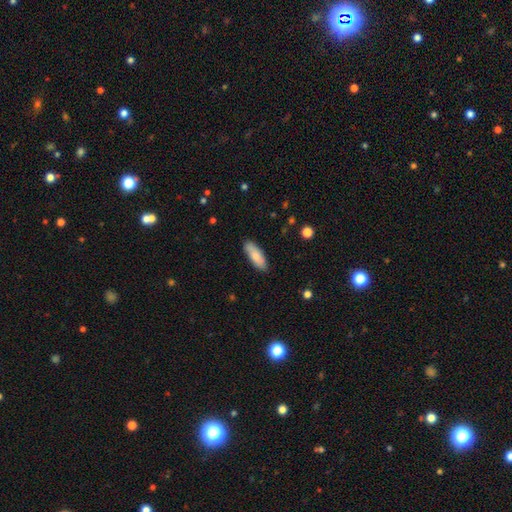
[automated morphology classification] A smooth galaxy with no disk features (81%) that is in between round and cigar-shaped (68%).

Vote fractions:
- Smooth or featured? smooth: 81% / featured or disk: 14% / star or artifact: 6%
- How rounded? in between: 68% / cigar-shaped: 30% / round: 2%
- Merging? none: 83% / minor disturbance: 13% / major disturbance: 2% / merger: 2%